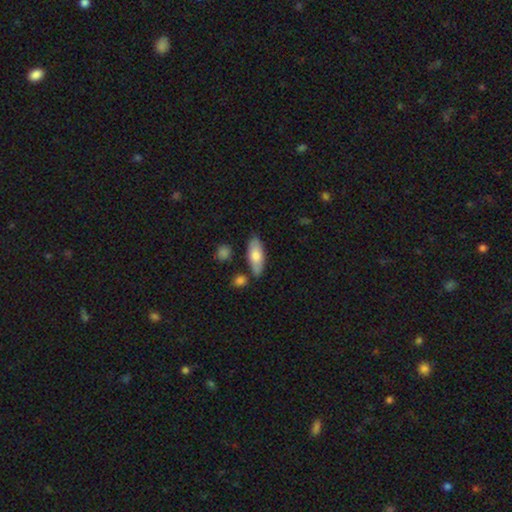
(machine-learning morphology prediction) smooth_or_featured: smooth (p=0.73) [alt: featured or disk p=0.22]
how_rounded: in between (p=0.75) [alt: cigar-shaped p=0.23]
merging: none (p=0.76) [alt: minor disturbance p=0.14]